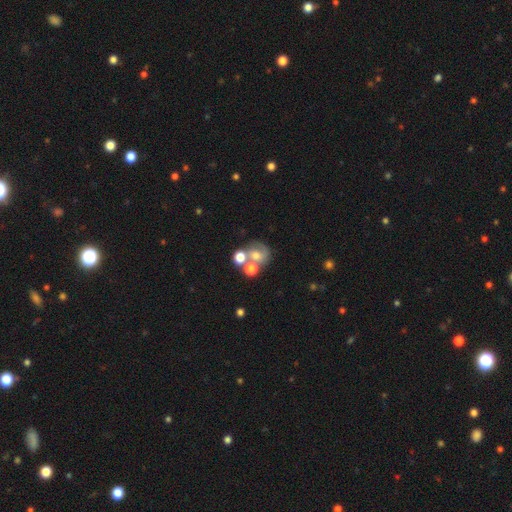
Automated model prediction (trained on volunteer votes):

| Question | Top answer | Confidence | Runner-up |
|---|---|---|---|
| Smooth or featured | smooth | 49% | featured or disk (35%) |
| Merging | merger | 44% | none (35%) |